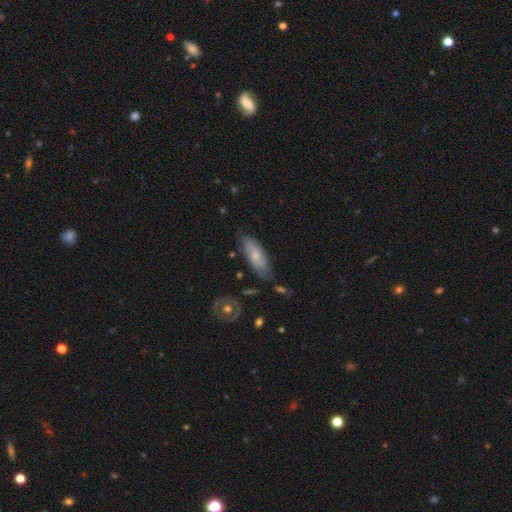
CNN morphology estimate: smooth 59%, featured or disk 35%, star or artifact 6%. Down the decision tree: how rounded — in between (67%); merging — none (68%).